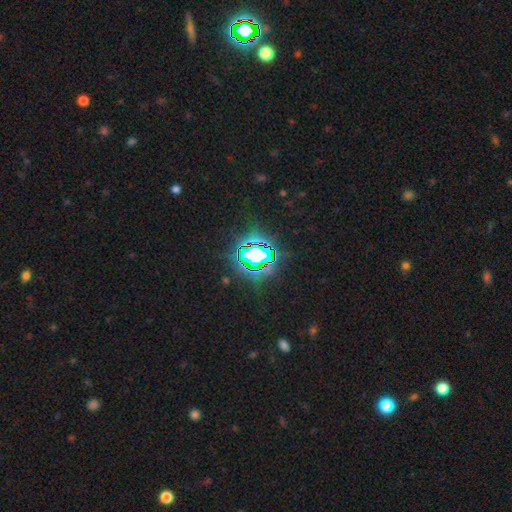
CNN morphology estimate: smooth-or-featured: star or artifact: 76% | smooth: 13% | featured or disk: 10%